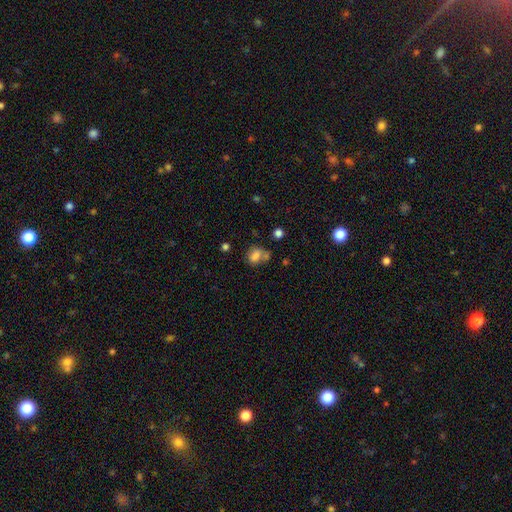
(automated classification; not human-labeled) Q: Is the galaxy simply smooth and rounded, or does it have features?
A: smooth — 76%.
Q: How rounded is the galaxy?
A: in between — 64%.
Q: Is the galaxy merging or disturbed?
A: none — 43%.